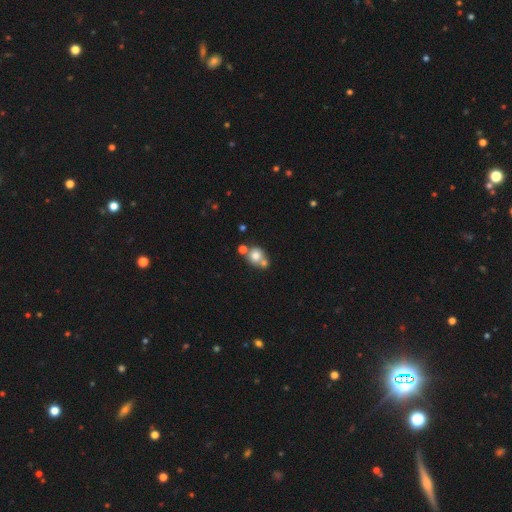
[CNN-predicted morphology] A smooth galaxy with no disk features (76%) that is round (76%). Merging: none (46%).